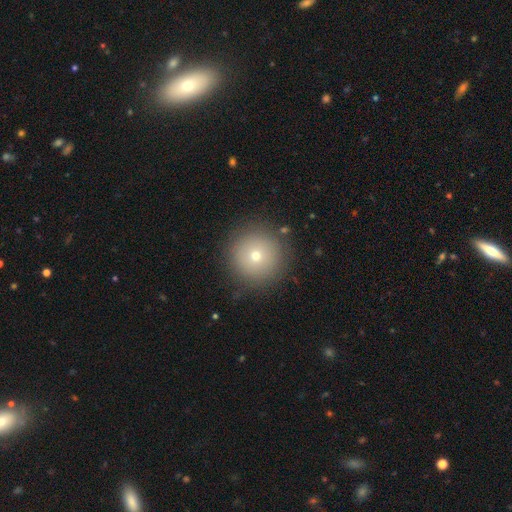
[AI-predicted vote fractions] A smooth galaxy with no disk features (70%) that is round (96%). Merging: none (88%).